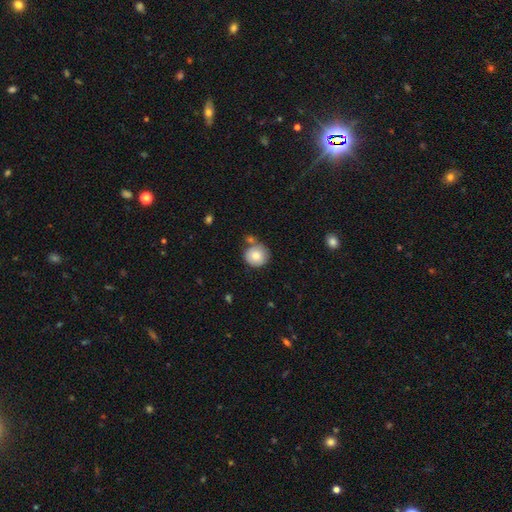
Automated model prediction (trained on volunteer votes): smooth-or-featured: smooth: 81% | featured or disk: 11% | star or artifact: 8%
  how-rounded: round: 92% | in between: 7% | cigar-shaped: 1%
  merging: none: 67% | merger: 15% | minor disturbance: 14% | major disturbance: 4%